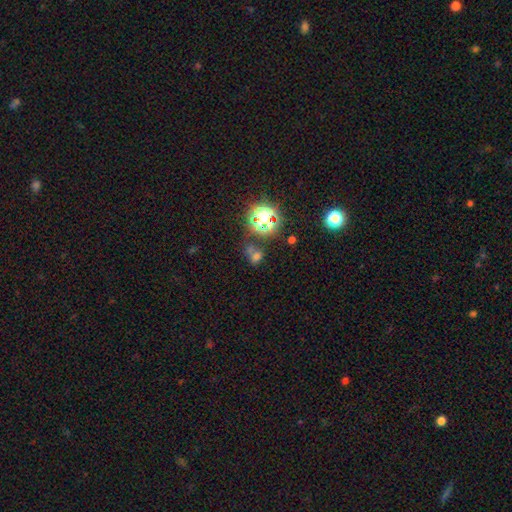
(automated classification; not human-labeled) A smooth galaxy with no disk features (51%) that is round (52%). Merging: none (49%).